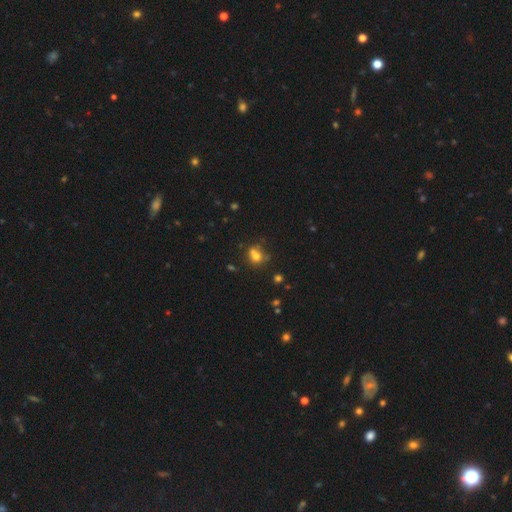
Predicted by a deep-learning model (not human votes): Smooth or featured? smooth (68%)
How rounded? round (61%)
Merging? none (41%)